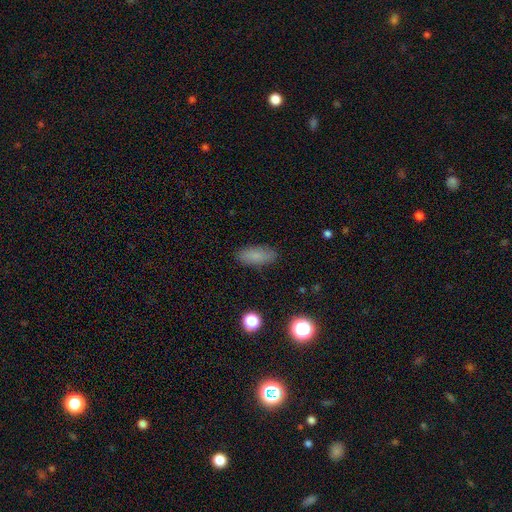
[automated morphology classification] Smooth or featured: smooth — 82% (star or artifact — 10%)
How rounded: in between — 78% (cigar-shaped — 19%)
Merging: none — 87% (minor disturbance — 10%)